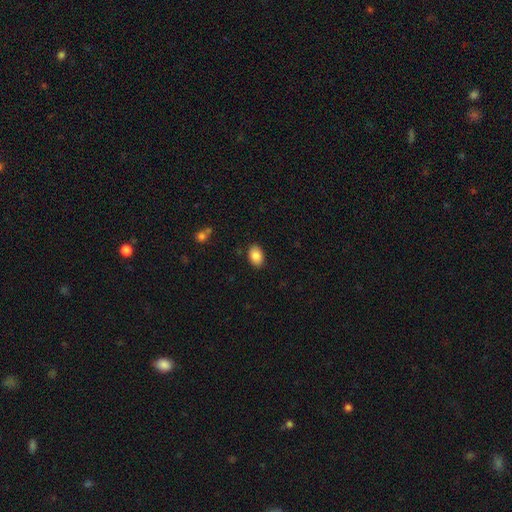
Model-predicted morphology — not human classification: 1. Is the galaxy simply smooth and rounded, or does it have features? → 88% smooth, 7% star or artifact, 4% featured or disk.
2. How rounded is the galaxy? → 86% in between, 13% round, 1% cigar-shaped.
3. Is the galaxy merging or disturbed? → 87% none, 9% minor disturbance, 2% major disturbance, 1% merger.